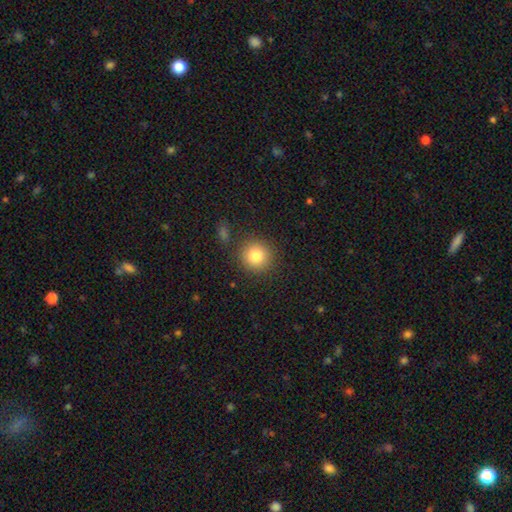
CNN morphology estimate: A smooth galaxy with no disk features (81%) that is round (93%).

Vote fractions:
- Smooth or featured? smooth: 81% / star or artifact: 11% / featured or disk: 8%
- How rounded? round: 93% / in between: 6% / cigar-shaped: 1%
- Merging? none: 87% / minor disturbance: 8% / merger: 3% / major disturbance: 3%